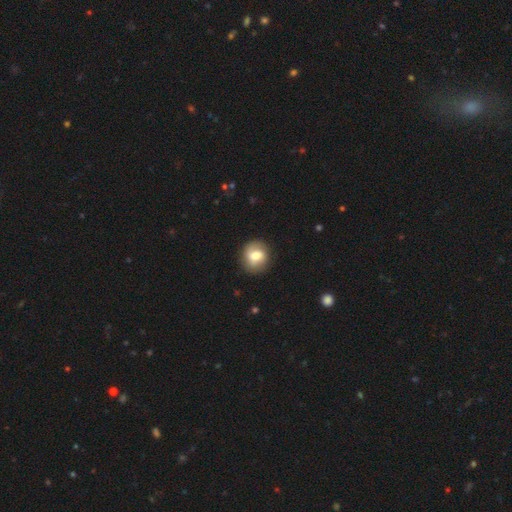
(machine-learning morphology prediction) Smooth or featured?
  - smooth: 64% *
  - featured or disk: 28%
  - star or artifact: 8%
How rounded?
  - round: 79% *
  - in between: 20%
  - cigar-shaped: 1%
Merging?
  - none: 84% *
  - minor disturbance: 11%
  - major disturbance: 3%
  - merger: 1%